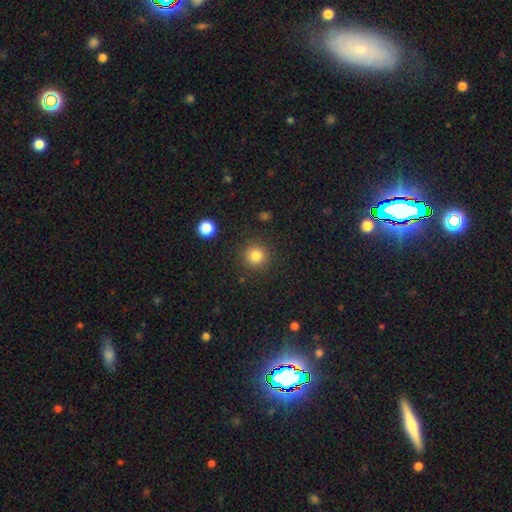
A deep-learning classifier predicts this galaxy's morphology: This appears to be a smooth galaxy with no disk features (82%) that is round (94%). Merging: none (90%).